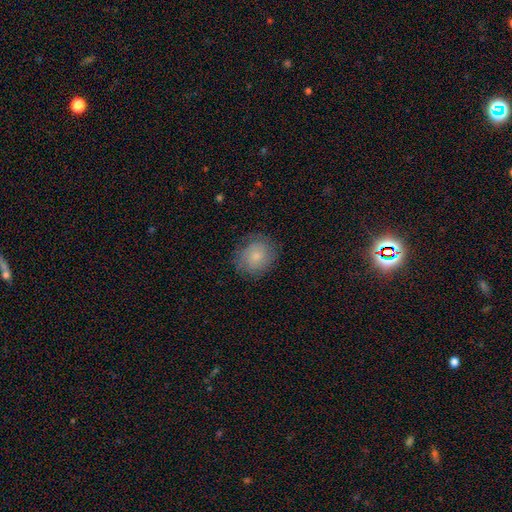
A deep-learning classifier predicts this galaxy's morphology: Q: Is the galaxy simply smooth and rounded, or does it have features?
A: smooth — 73%.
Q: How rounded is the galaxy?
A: round — 79%.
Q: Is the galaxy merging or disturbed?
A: none — 76%.